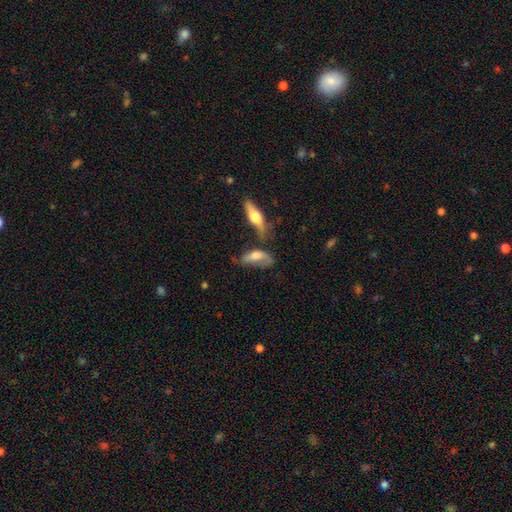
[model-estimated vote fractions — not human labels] Smooth or featured? smooth (55%)
How rounded? in between (73%)
Merging? none (34%)